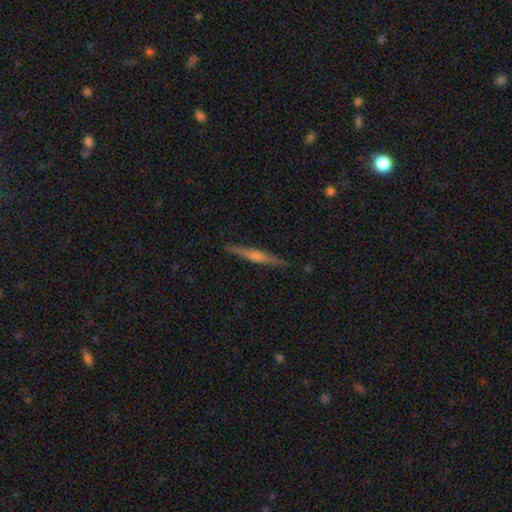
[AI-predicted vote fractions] Smooth or featured?
  - featured or disk: 62% *
  - smooth: 32%
  - star or artifact: 6%
Edge-on disk?
  - yes: 97% *
  - no: 3%
Edge-on bulge?
  - rounded: 58% *
  - none: 26%
  - boxy: 15%
Merging?
  - none: 89% *
  - minor disturbance: 8%
  - major disturbance: 2%
  - merger: 1%